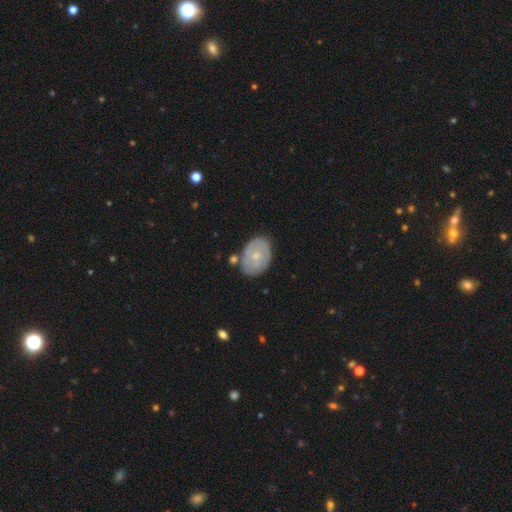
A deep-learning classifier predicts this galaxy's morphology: type=featured or disk (57%); edge-on=no (96%); bar=no (79%); spiral arms=yes (68%); bulge=small (65%); merging=none (74%).